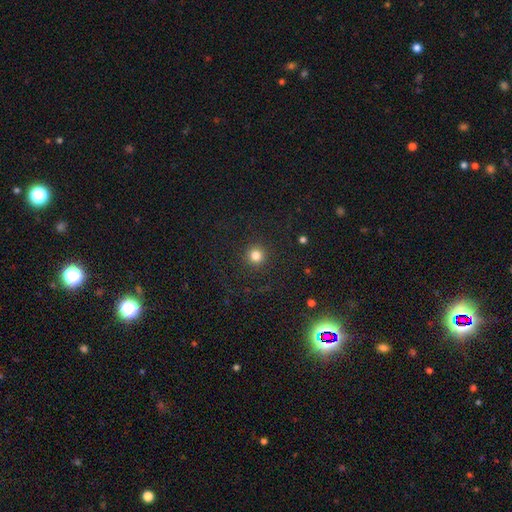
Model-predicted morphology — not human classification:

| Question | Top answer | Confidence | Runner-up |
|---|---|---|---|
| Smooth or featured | smooth | 82% | star or artifact (13%) |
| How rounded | round | 95% | in between (4%) |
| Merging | none | 91% | minor disturbance (5%) |